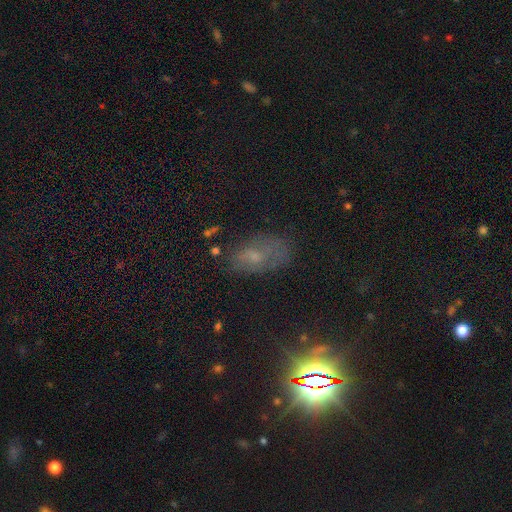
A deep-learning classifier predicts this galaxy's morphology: Q: Smooth or featured?
A: smooth (38%); runner-up: star or artifact (33%)
Q: Merging?
A: none (59%); runner-up: minor disturbance (24%)